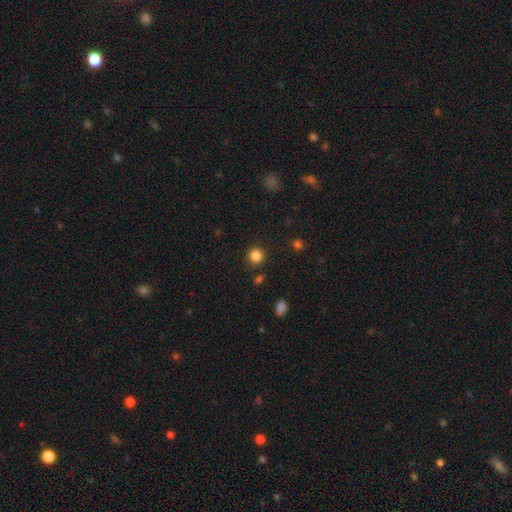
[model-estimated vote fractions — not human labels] Morphology: type=smooth (84%); roundness=round (90%); merging=none (88%).